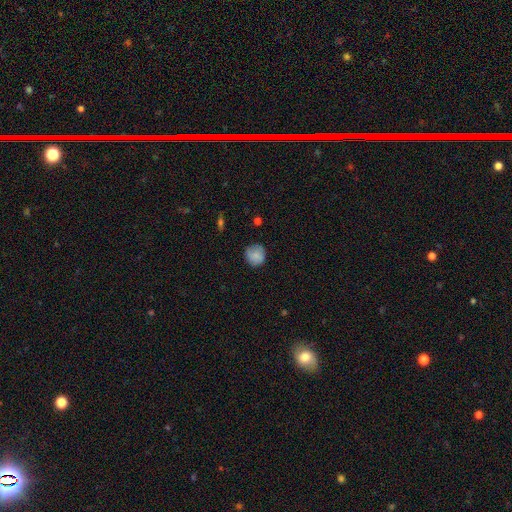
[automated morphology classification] Smooth or featured?
  - smooth: 81% *
  - featured or disk: 11%
  - star or artifact: 8%
How rounded?
  - round: 90% *
  - in between: 9%
  - cigar-shaped: 1%
Merging?
  - none: 77% *
  - minor disturbance: 18%
  - major disturbance: 4%
  - merger: 1%